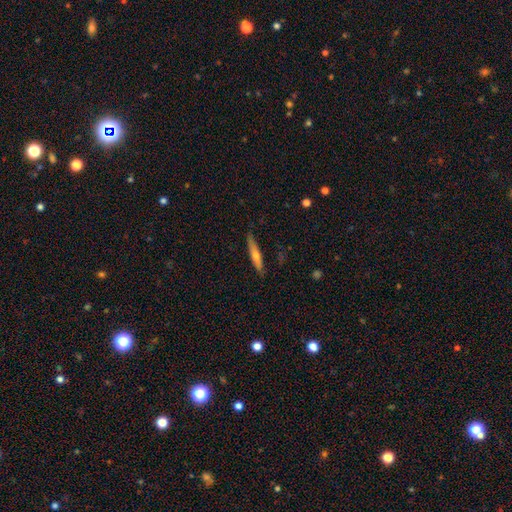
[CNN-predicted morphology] Overall: smooth (49%; featured or disk 44%). Merging: none (83%).